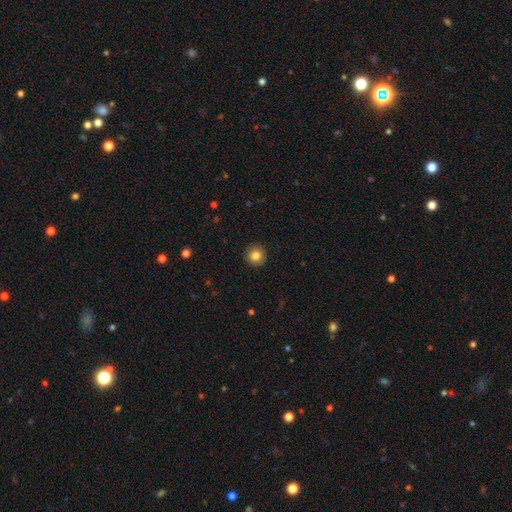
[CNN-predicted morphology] A smooth galaxy with no disk features (83%) that is round (94%). Merging: none (92%).